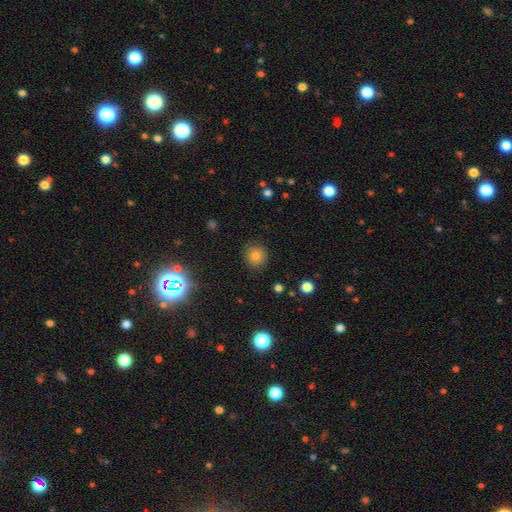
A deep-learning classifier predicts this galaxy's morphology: This appears to be a smooth galaxy with no disk features (79%) that is round (91%). Merging: none (88%).